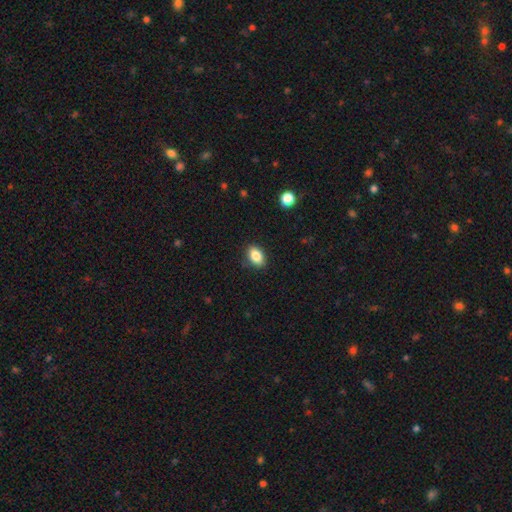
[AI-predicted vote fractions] This is clearly a smooth galaxy (86%). How rounded: clearly in between (86%). Merging: clearly none (87%).